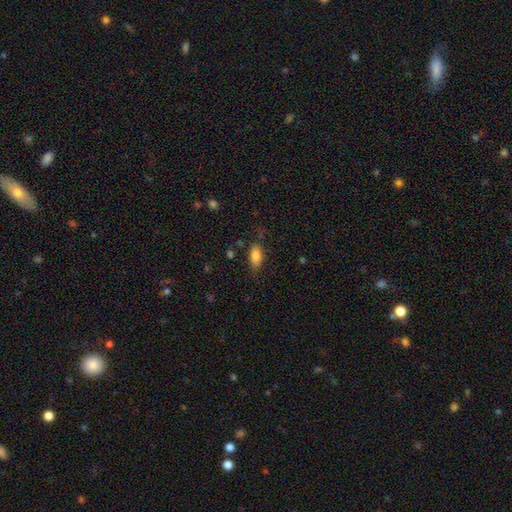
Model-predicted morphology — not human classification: The model was most divided on "merging": none: 75%, minor disturbance: 18%, major disturbance: 5%, merger: 2%. More confident: how rounded — in between (87%); smooth or featured — smooth (83%).